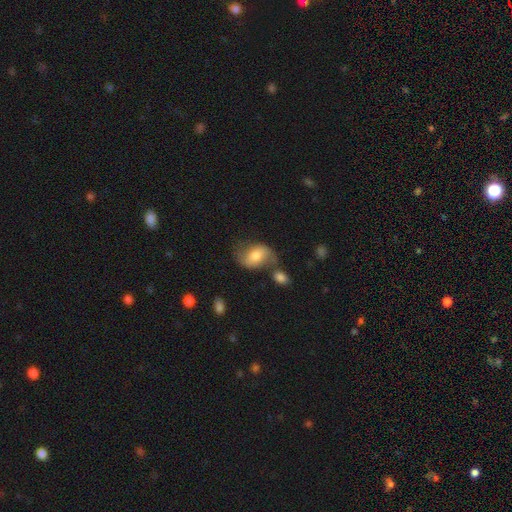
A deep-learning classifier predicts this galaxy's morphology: Smooth or featured?
  - featured or disk: 49% *
  - smooth: 43%
  - star or artifact: 8%
Merging?
  - none: 51% *
  - minor disturbance: 20%
  - merger: 18%
  - major disturbance: 11%